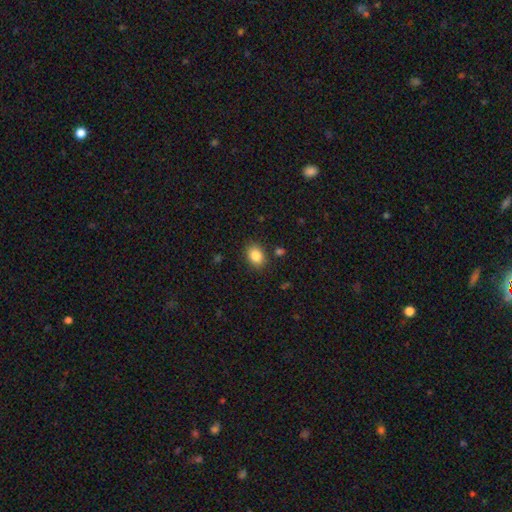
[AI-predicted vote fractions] Smooth or featured?
  - smooth: 86% *
  - star or artifact: 9%
  - featured or disk: 5%
How rounded?
  - in between: 65% *
  - round: 34%
  - cigar-shaped: 1%
Merging?
  - none: 84% *
  - minor disturbance: 10%
  - major disturbance: 3%
  - merger: 3%